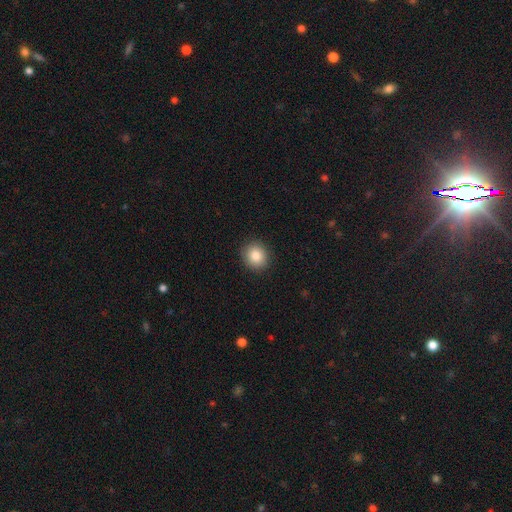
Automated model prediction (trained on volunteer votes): Morphology: type=smooth (85%); roundness=round (82%); merging=none (90%).